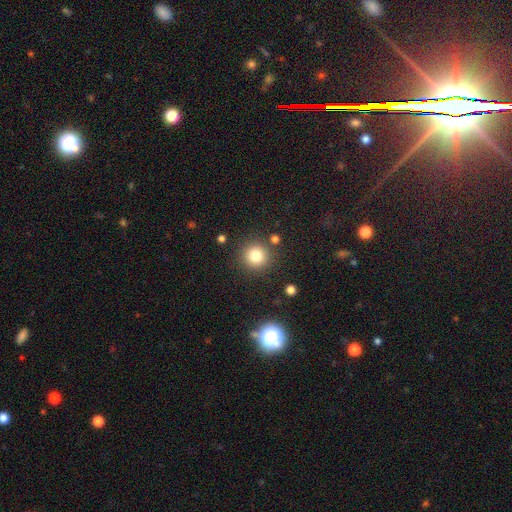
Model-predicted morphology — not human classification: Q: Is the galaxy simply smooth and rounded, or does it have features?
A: smooth — 79%.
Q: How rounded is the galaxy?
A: round — 94%.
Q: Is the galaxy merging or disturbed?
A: none — 87%.